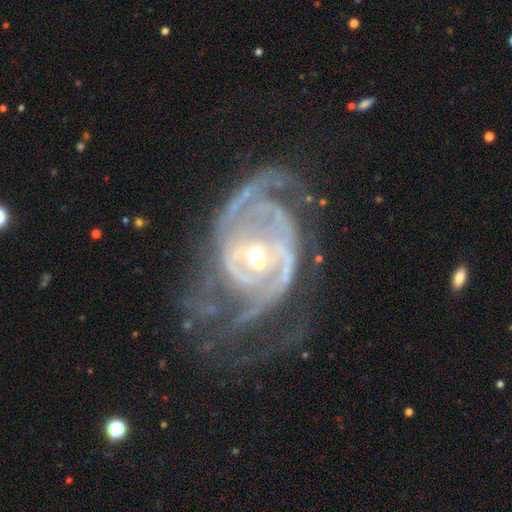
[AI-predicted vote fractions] smooth-or-featured: featured or disk: 91% | star or artifact: 5% | smooth: 4%
  disk-edge-on: no: 97% | yes: 3%
    bar: no: 42% | weak: 40% | strong: 19%
    has-spiral-arms: yes: 94% | no: 6%
      spiral-winding: tight: 47% | medium: 39% | loose: 14%
      spiral-arm-count: 2: 37% | can't tell: 24% | 3: 17% | 4: 8% | 1: 7% | more than 4: 7%
    bulge-size: moderate: 48% | small: 46% | large: 3% | none: 1% | dominant: 1%
  merging: none: 50% | major disturbance: 28% | minor disturbance: 19% | merger: 3%